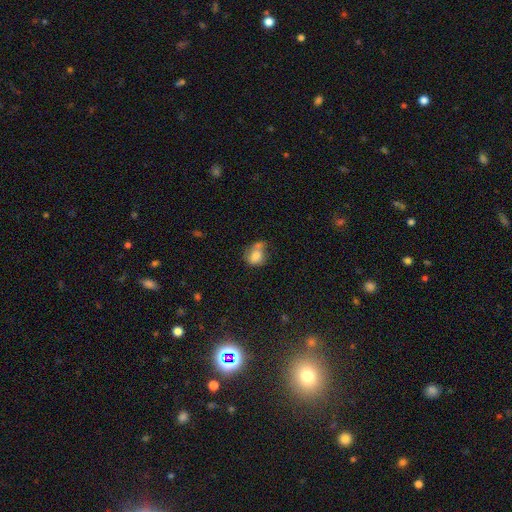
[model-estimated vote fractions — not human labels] smooth-or-featured: smooth: 77% | featured or disk: 14% | star or artifact: 9%
  how-rounded: round: 50% | in between: 49% | cigar-shaped: 1%
  merging: merger: 32% | none: 31% | minor disturbance: 24% | major disturbance: 13%